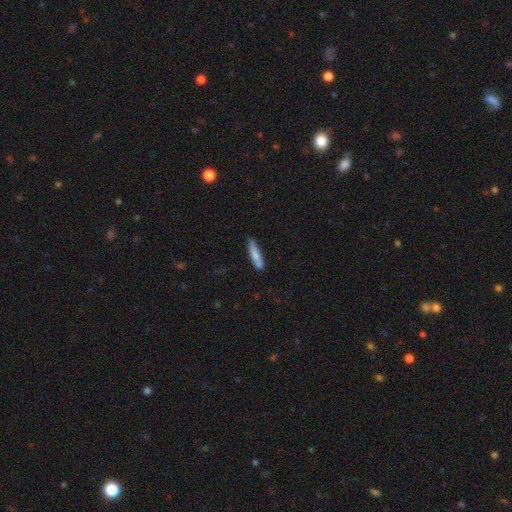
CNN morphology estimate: Smooth or featured? smooth (74%)
How rounded? cigar-shaped (84%)
Merging? none (73%)